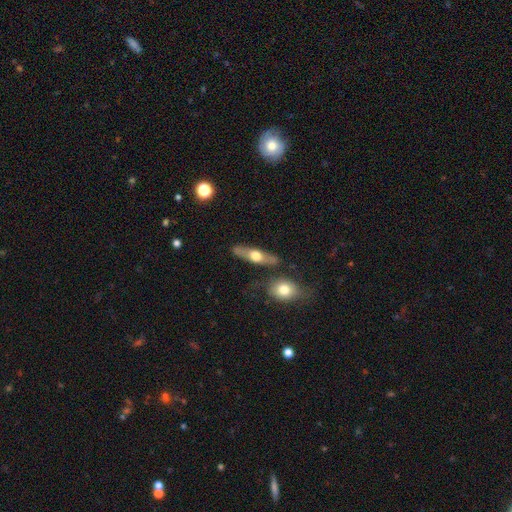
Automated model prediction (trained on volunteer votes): A featured or disk galaxy (50%) viewed edge-on (75%). Merging: none (79%).